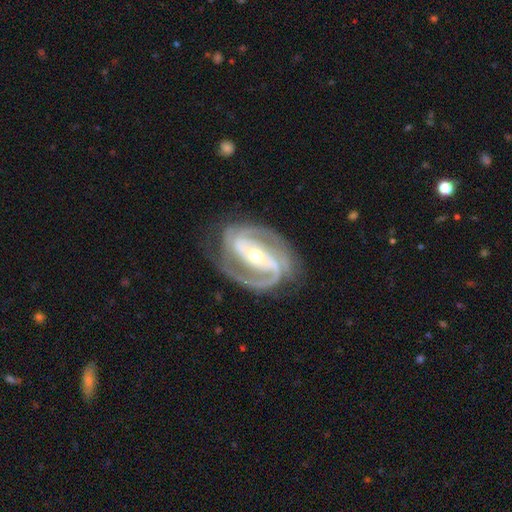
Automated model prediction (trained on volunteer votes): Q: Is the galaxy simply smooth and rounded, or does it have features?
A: featured or disk — 92%.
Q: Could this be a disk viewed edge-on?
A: no — 97%.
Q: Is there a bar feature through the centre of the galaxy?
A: strong — 51%.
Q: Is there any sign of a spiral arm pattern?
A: yes — 98%.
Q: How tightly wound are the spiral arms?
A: tight — 46%, tied with medium.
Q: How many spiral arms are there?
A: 2 — 76%.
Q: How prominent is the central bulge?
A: small — 49%.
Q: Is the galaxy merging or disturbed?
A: none — 76%.